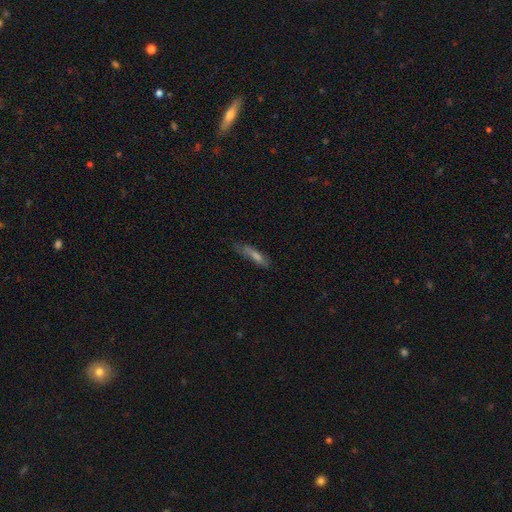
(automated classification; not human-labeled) smooth 52%, featured or disk 33%, star or artifact 14%. Down the decision tree: how rounded — cigar-shaped (77%); merging — none (59%).